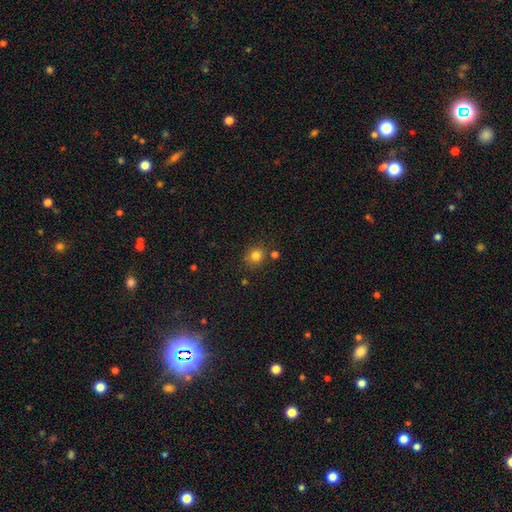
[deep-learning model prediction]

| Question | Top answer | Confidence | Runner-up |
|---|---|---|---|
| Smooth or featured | smooth | 81% | star or artifact (13%) |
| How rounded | round | 83% | in between (16%) |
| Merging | none | 78% | minor disturbance (10%) |